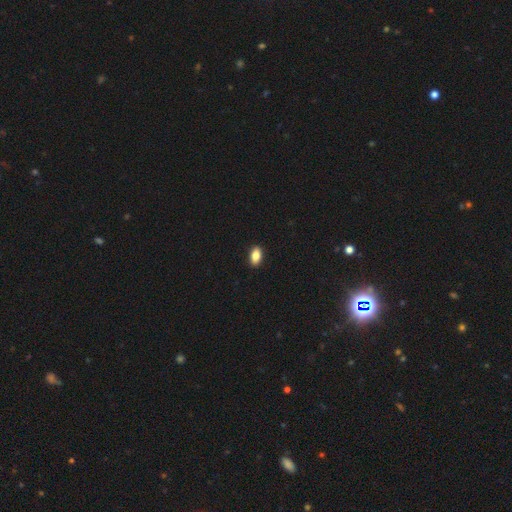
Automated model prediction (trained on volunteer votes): smooth_or_featured: smooth (p=0.86) [alt: star or artifact p=0.08]
how_rounded: in between (p=0.90) [alt: round p=0.08]
merging: none (p=0.91) [alt: minor disturbance p=0.07]